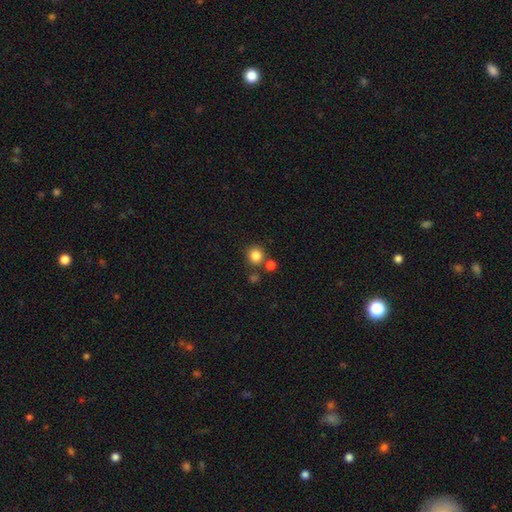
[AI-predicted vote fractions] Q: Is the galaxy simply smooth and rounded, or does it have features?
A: smooth — 83%.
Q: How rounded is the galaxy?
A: round — 91%.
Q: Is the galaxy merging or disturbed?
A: none — 76%.